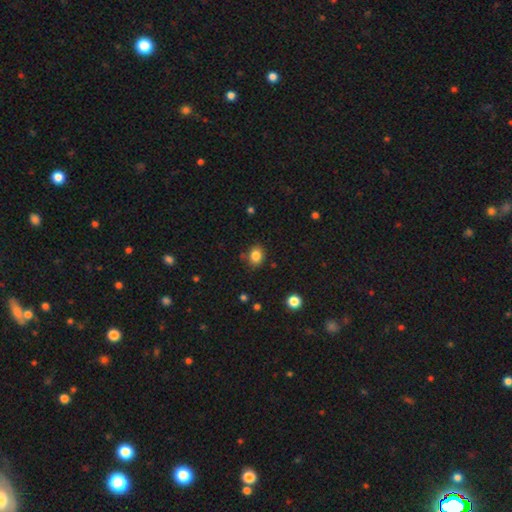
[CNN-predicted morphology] Smooth or featured?
  - smooth: 84% *
  - star or artifact: 11%
  - featured or disk: 5%
How rounded?
  - in between: 51% *
  - round: 48%
  - cigar-shaped: 1%
Merging?
  - none: 83% *
  - minor disturbance: 11%
  - major disturbance: 3%
  - merger: 3%